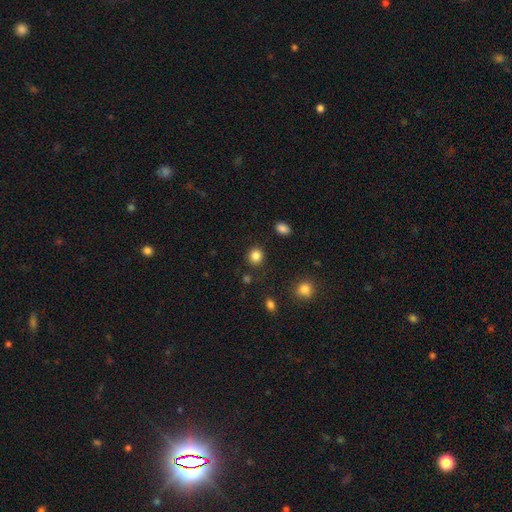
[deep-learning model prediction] Smooth or featured? Predicted: smooth (p=0.85). How rounded? Predicted: round (p=0.84). Merging? Predicted: none (p=0.88).